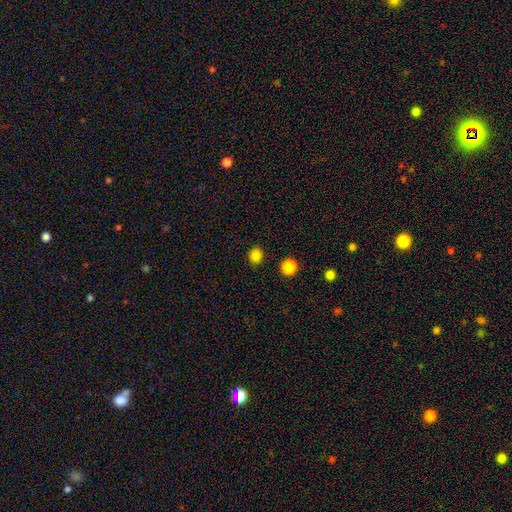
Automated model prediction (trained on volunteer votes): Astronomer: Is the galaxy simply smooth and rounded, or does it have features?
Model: smooth — 84%.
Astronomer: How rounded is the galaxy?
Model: round — 78%.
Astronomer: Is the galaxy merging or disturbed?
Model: none — 89%.